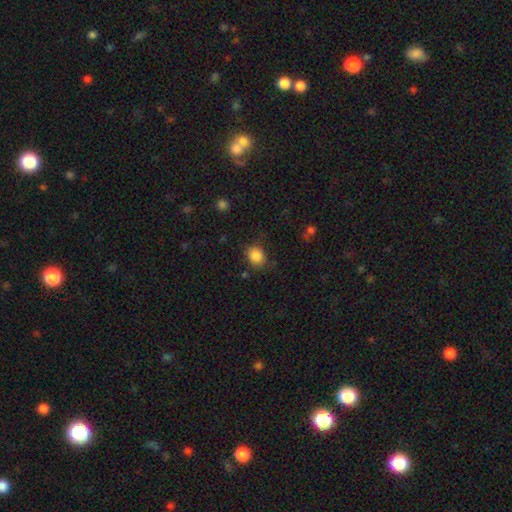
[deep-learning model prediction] Smooth or featured? Predicted: smooth (p=0.86). How rounded? Predicted: round (p=0.55). Merging? Predicted: none (p=0.75).